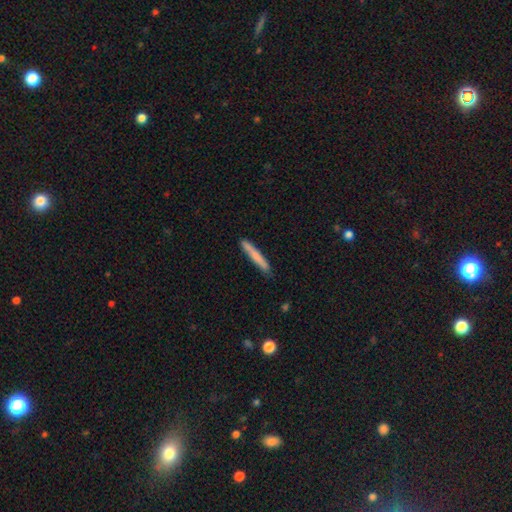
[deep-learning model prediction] A smooth galaxy with no disk features (73%) that is cigar-shaped (96%). Merging: none (86%).